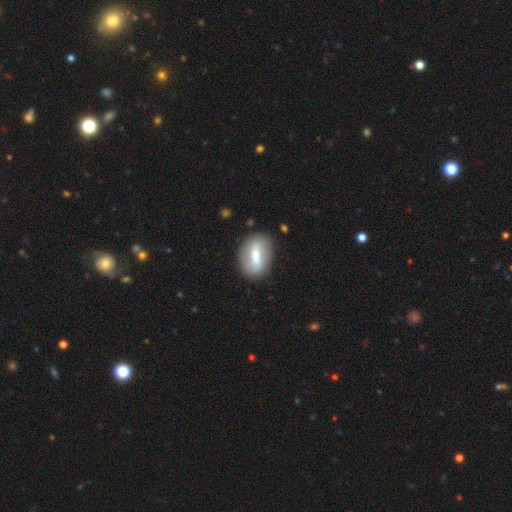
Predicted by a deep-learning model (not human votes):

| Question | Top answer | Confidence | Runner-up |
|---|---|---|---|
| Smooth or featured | featured or disk | 50% | smooth (44%) |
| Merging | none | 82% | minor disturbance (12%) |